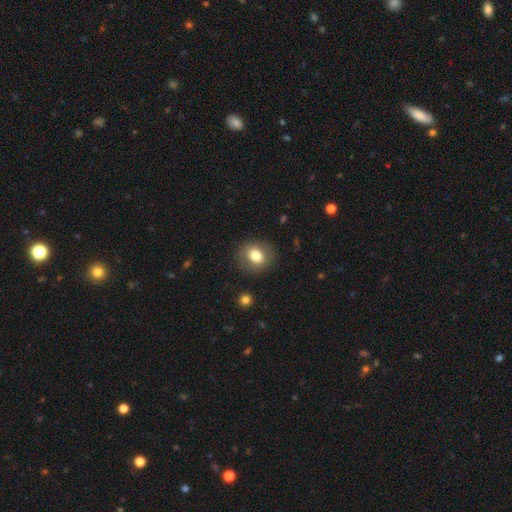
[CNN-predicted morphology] The model was most divided on "how rounded": round: 62%, in between: 37%, cigar-shaped: 1%. More confident: merging — none (86%); smooth or featured — smooth (77%).